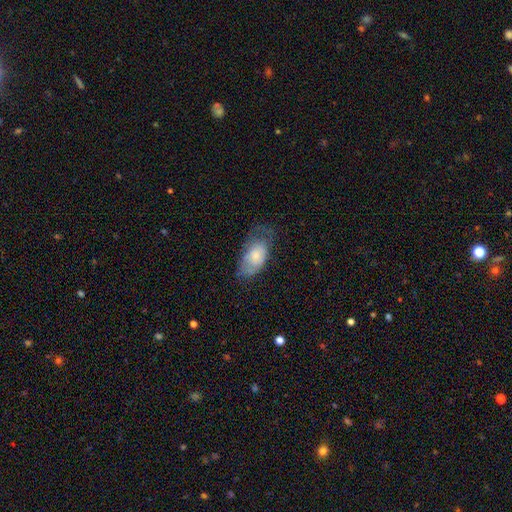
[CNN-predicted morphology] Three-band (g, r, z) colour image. It shows a smooth galaxy with no disk features (63%) that is in between round and cigar-shaped (93%). Merging: none (40%).